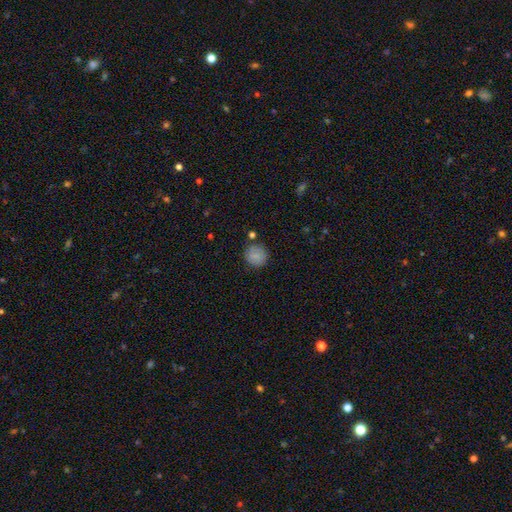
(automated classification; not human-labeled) smooth-or-featured: smooth: 78% | featured or disk: 13% | star or artifact: 9%
  how-rounded: round: 88% | in between: 11% | cigar-shaped: 1%
  merging: none: 80% | minor disturbance: 12% | merger: 5% | major disturbance: 3%